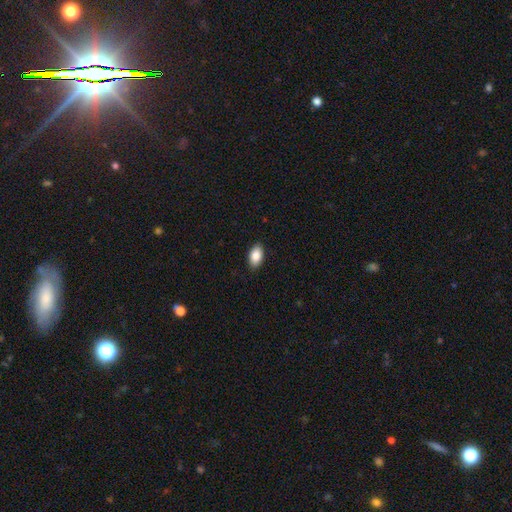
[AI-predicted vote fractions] A smooth galaxy with no disk features (88%) that is in between round and cigar-shaped (93%).

Vote fractions:
- Smooth or featured? smooth: 88% / star or artifact: 7% / featured or disk: 5%
- How rounded? in between: 93% / round: 5% / cigar-shaped: 2%
- Merging? none: 88% / minor disturbance: 9% / major disturbance: 2% / merger: 1%